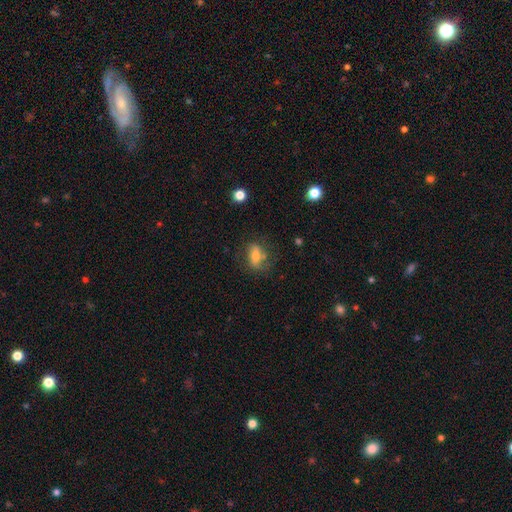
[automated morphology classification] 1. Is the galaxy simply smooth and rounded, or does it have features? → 56% smooth, 34% featured or disk, 10% star or artifact.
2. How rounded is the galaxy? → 76% in between, 17% round, 7% cigar-shaped.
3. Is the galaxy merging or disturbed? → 59% none, 23% minor disturbance, 12% major disturbance, 6% merger.